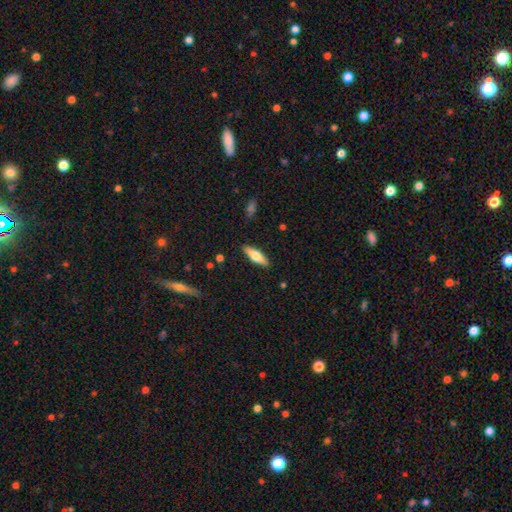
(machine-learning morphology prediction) This is possibly a smooth galaxy (60%). How rounded: possibly in between (53%). Merging: clearly none (89%).